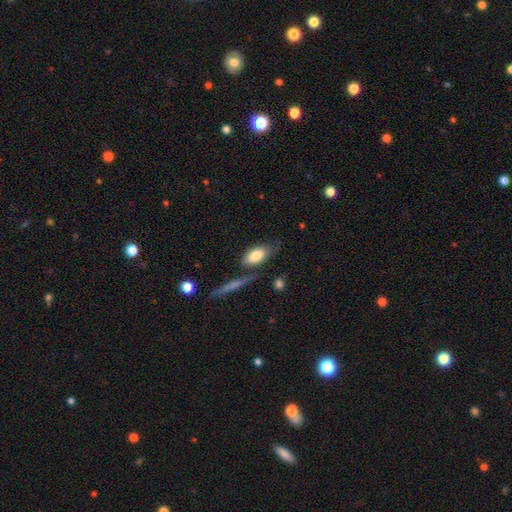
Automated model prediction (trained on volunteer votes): smooth-or-featured: smooth: 76% | featured or disk: 18% | star or artifact: 6%
  how-rounded: in between: 87% | cigar-shaped: 9% | round: 4%
  merging: none: 63% | minor disturbance: 20% | merger: 10% | major disturbance: 7%